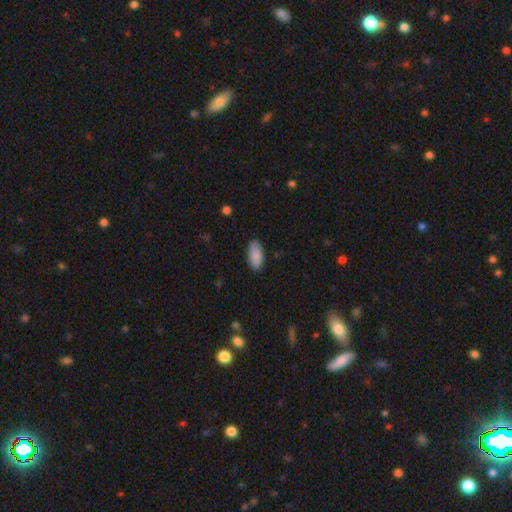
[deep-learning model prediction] Overall: smooth (90%). How rounded: in between (91%). Merging: none (86%).